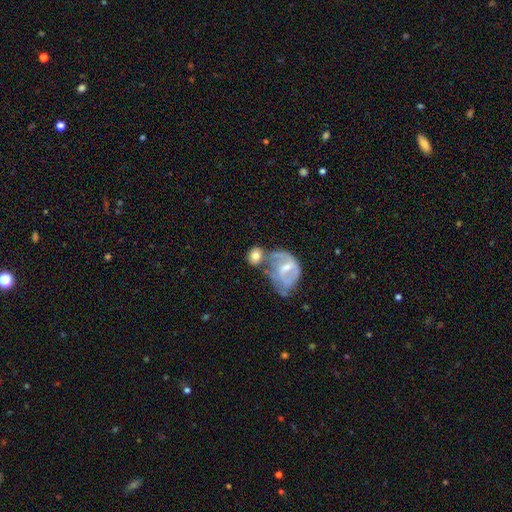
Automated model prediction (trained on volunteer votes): smooth_or_featured: smooth (p=0.62) [alt: featured or disk p=0.31]
how_rounded: round (p=0.61) [alt: in between p=0.38]
merging: merger (p=0.39) [alt: none p=0.37]